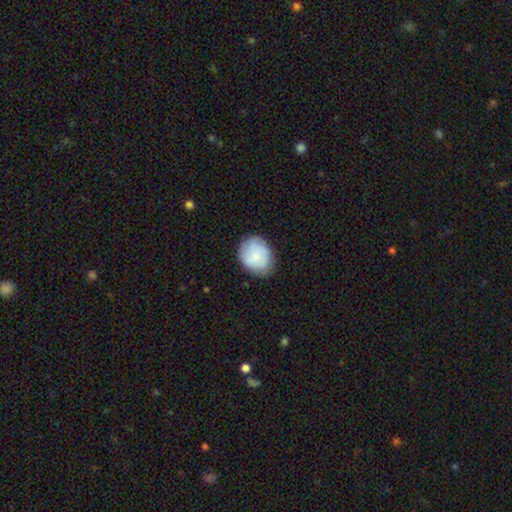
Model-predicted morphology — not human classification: smooth-or-featured: smooth: 74% | featured or disk: 19% | star or artifact: 7%
  how-rounded: round: 53% | in between: 47% | cigar-shaped: 1%
  merging: none: 75% | minor disturbance: 19% | major disturbance: 5% | merger: 1%